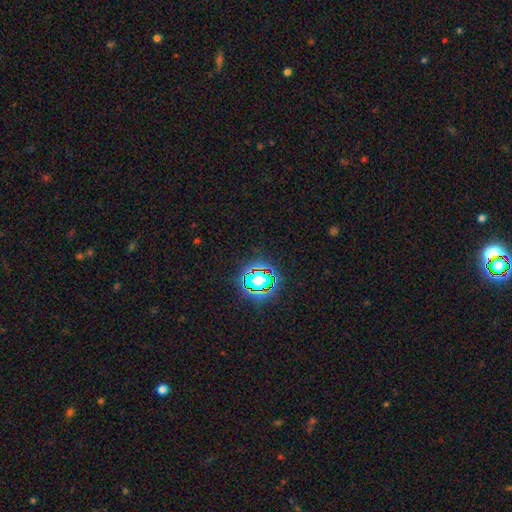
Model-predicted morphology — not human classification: smooth_or_featured: star or artifact (p=0.80) [alt: smooth p=0.13]